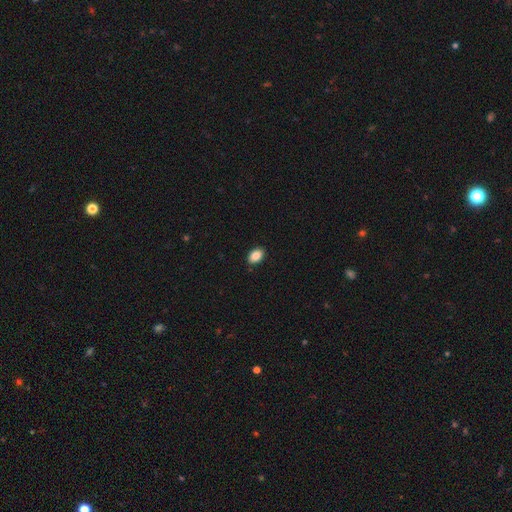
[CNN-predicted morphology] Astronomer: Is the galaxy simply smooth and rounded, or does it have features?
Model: smooth — 89%.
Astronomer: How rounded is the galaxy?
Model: in between — 86%.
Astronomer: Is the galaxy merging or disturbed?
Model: none — 90%.